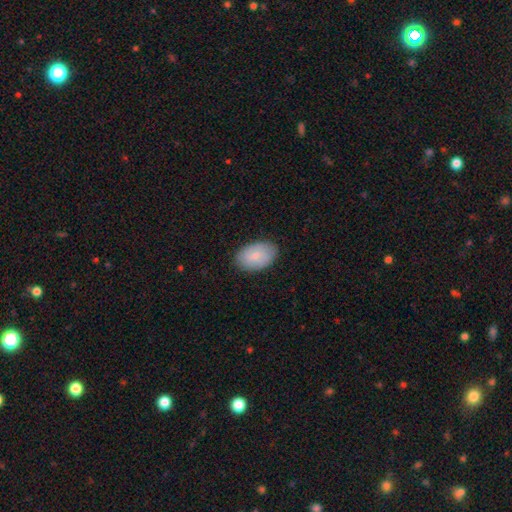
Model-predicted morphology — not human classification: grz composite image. It shows a smooth galaxy with no disk features (68%) that is in between round and cigar-shaped (91%). Merging: none (84%).